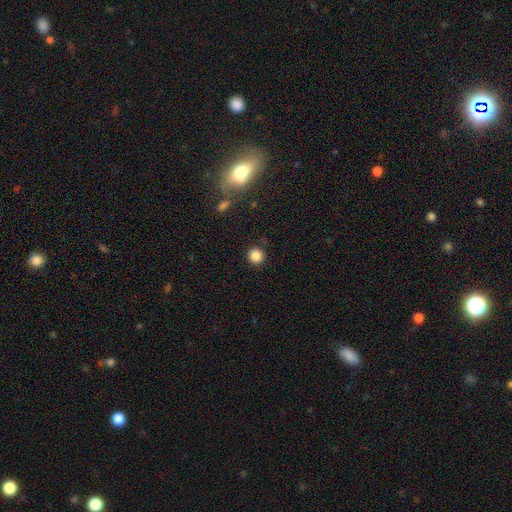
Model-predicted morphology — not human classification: A smooth galaxy with no disk features (84%) that is round (94%).

Vote fractions:
- Smooth or featured? smooth: 84% / star or artifact: 12% / featured or disk: 4%
- How rounded? round: 94% / in between: 5% / cigar-shaped: 1%
- Merging? none: 87% / minor disturbance: 8% / major disturbance: 3% / merger: 2%